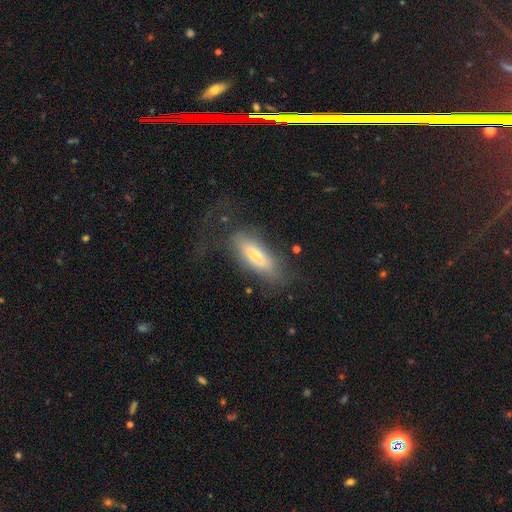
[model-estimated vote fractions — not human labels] smooth-or-featured: smooth: 63% | featured or disk: 30% | star or artifact: 7%
  how-rounded: in between: 65% | cigar-shaped: 33% | round: 2%
  merging: none: 52% | minor disturbance: 24% | major disturbance: 22% | merger: 2%